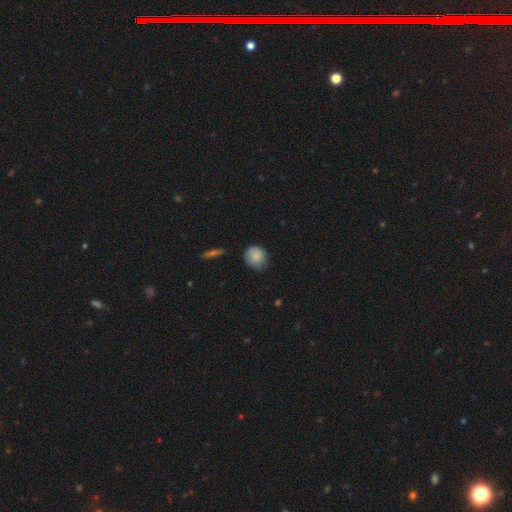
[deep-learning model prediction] This appears to be a smooth galaxy with no disk features (83%) that is round (79%). Merging: none (68%).